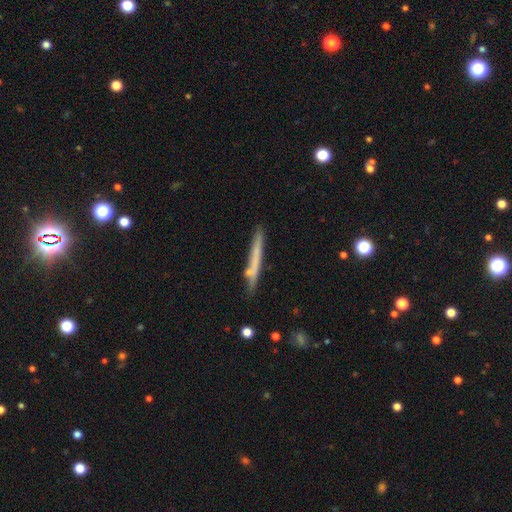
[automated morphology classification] type=smooth (53%); roundness=cigar-shaped (96%); merging=none (83%).